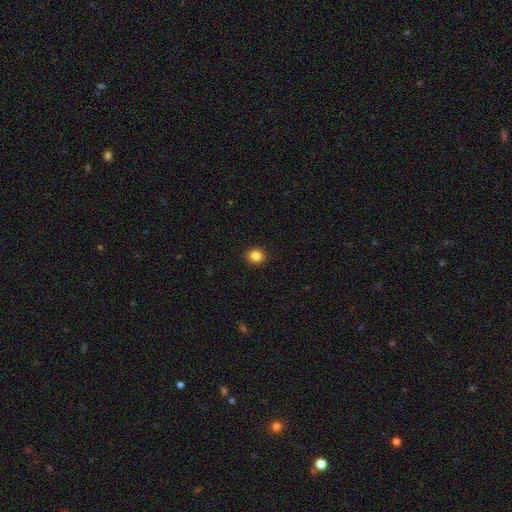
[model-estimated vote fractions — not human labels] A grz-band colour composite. It shows a smooth galaxy with no disk features (84%) that is round (80%). Merging: none (92%).